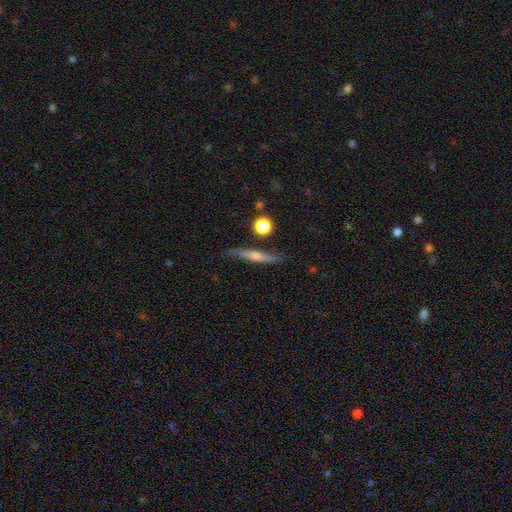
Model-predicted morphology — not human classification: Q: Smooth or featured?
A: featured or disk (63%); runner-up: smooth (28%)
Q: Edge-on disk?
A: yes (89%); runner-up: no (11%)
Q: Edge-on bulge?
A: rounded (66%); runner-up: none (25%)
Q: Merging?
A: none (79%); runner-up: minor disturbance (14%)